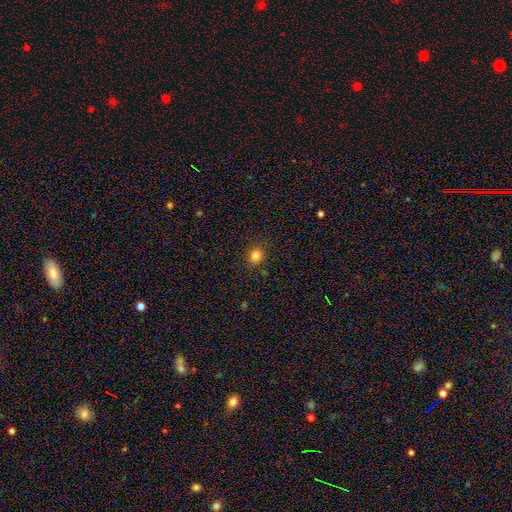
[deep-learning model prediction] This is clearly a smooth galaxy (82%). How rounded: likely round (79%). Merging: clearly none (86%).